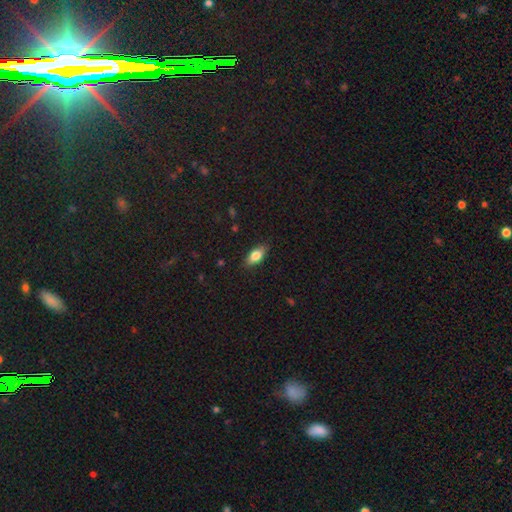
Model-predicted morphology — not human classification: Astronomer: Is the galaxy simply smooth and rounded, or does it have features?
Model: smooth — 77%.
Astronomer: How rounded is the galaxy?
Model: in between — 85%.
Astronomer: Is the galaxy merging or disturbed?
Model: none — 84%.